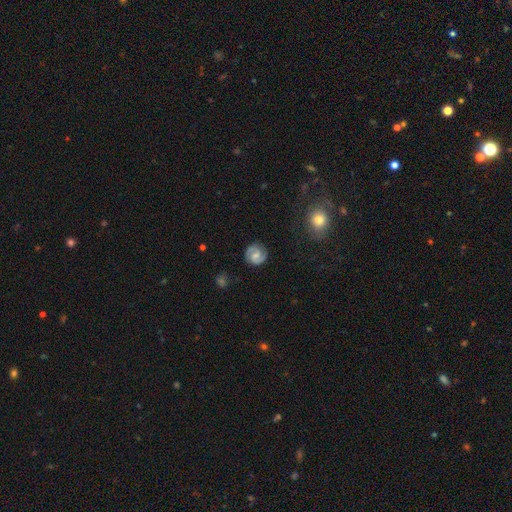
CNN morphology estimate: The model was most divided on "spiral winding": medium: 46%, tight: 42%, loose: 12%. Remaining: edge-on disk — no (98%); spiral arms — yes (96%); spiral arm count — 2 (91%); merging — none (85%); smooth or featured — featured or disk (78%); bar — weak (47%); bulge size — moderate (44%).